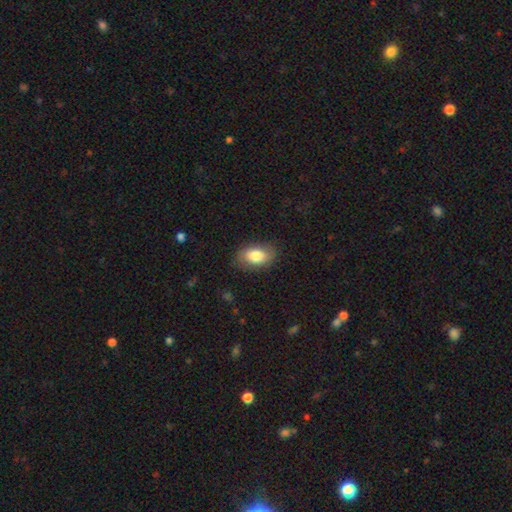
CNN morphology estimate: type=smooth (80%); roundness=in between (90%); merging=none (81%).